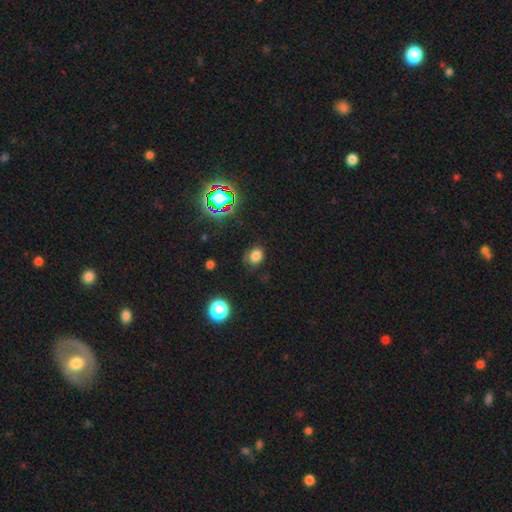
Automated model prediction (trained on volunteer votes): Smooth or featured? smooth (76%)
How rounded? round (53%)
Merging? none (73%)